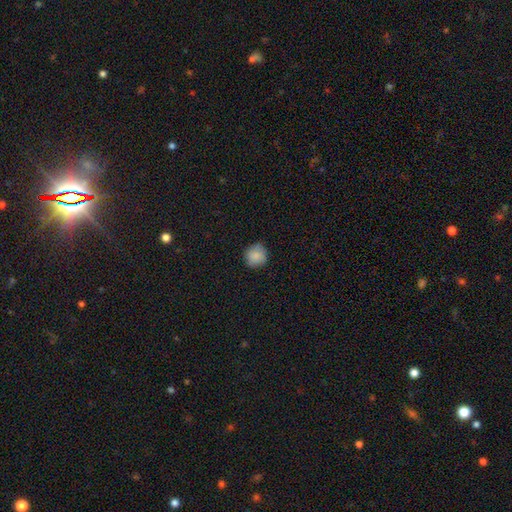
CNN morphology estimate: Smooth or featured: smooth — 87% (star or artifact — 8%)
How rounded: round — 88% (in between — 11%)
Merging: none — 84% (minor disturbance — 12%)